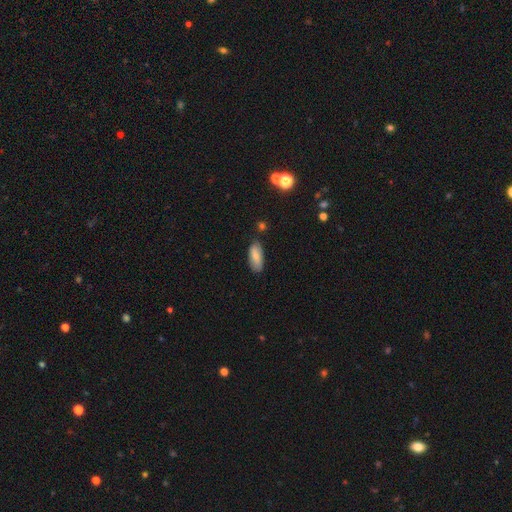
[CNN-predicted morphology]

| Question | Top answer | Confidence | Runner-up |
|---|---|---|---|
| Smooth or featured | smooth | 80% | featured or disk (13%) |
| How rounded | in between | 83% | cigar-shaped (15%) |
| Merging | none | 78% | minor disturbance (17%) |